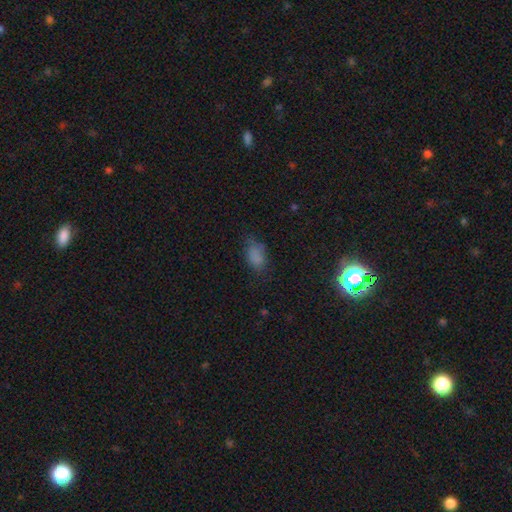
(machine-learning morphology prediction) Smooth or featured: smooth — 80% (star or artifact — 13%)
How rounded: in between — 88% (round — 10%)
Merging: none — 64% (minor disturbance — 26%)